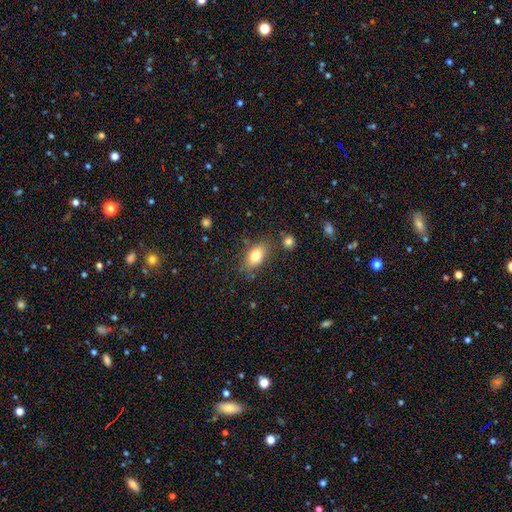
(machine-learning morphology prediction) Smooth or featured?
  - smooth: 80% *
  - featured or disk: 12%
  - star or artifact: 8%
How rounded?
  - in between: 86% *
  - round: 9%
  - cigar-shaped: 4%
Merging?
  - none: 75% *
  - minor disturbance: 15%
  - merger: 6%
  - major disturbance: 4%